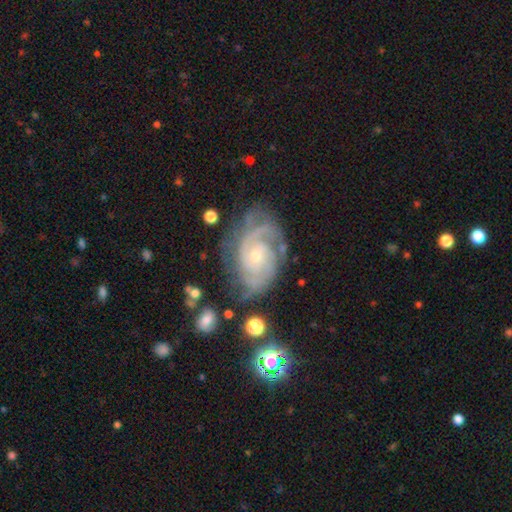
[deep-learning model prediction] Smooth or featured: featured or disk — 89% (star or artifact — 6%)
Edge-on disk: no — 97% (yes — 3%)
Bar: no — 73% (weak — 22%)
Spiral arms: yes — 98% (no — 2%)
Spiral winding: tight — 63% (medium — 31%)
Spiral arm count: 2 — 42% (3 — 23%)
Bulge size: small — 72% (moderate — 25%)
Merging: none — 67% (minor disturbance — 21%)